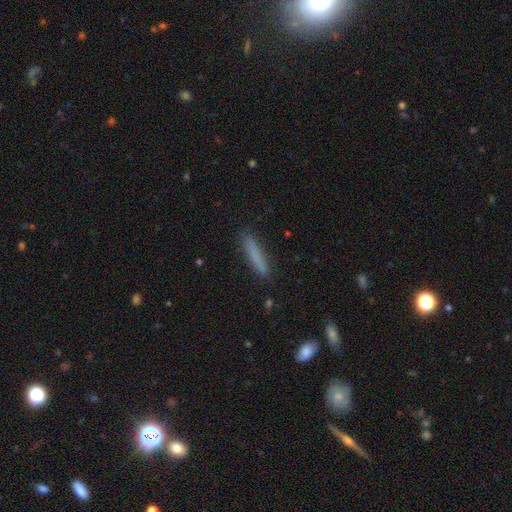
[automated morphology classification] smooth_or_featured: smooth (p=0.80) [alt: featured or disk p=0.12]
how_rounded: cigar-shaped (p=0.90) [alt: in between p=0.08]
merging: none (p=0.88) [alt: minor disturbance p=0.09]